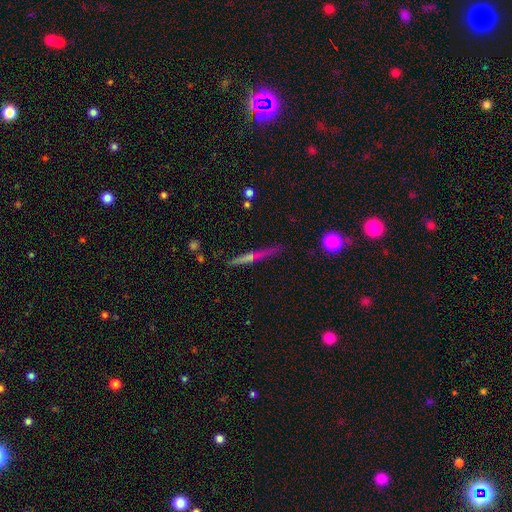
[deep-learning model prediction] The model was most divided on "smooth or featured": featured or disk: 64%, smooth: 27%, star or artifact: 9%. More confident: edge-on disk — yes (96%); merging — none (84%); edge-on bulge — rounded (68%).